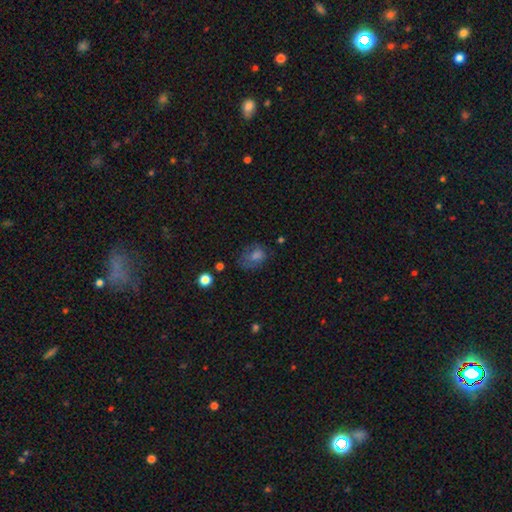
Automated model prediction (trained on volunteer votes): A smooth galaxy with no disk features (63%) that is in between round and cigar-shaped (63%).

Vote fractions:
- Smooth or featured? smooth: 63% / star or artifact: 19% / featured or disk: 18%
- How rounded? in between: 63% / round: 36% / cigar-shaped: 1%
- Merging? none: 49% / minor disturbance: 27% / major disturbance: 20% / merger: 3%